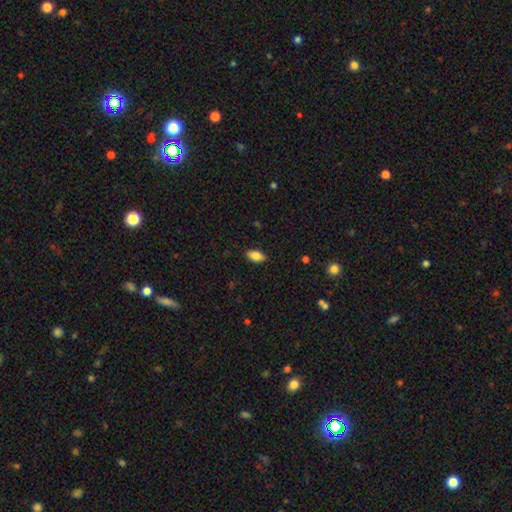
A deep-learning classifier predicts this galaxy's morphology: The model was most divided on "smooth or featured": smooth: 85%, star or artifact: 8%, featured or disk: 7%. More confident: how rounded — in between (92%); merging — none (88%).